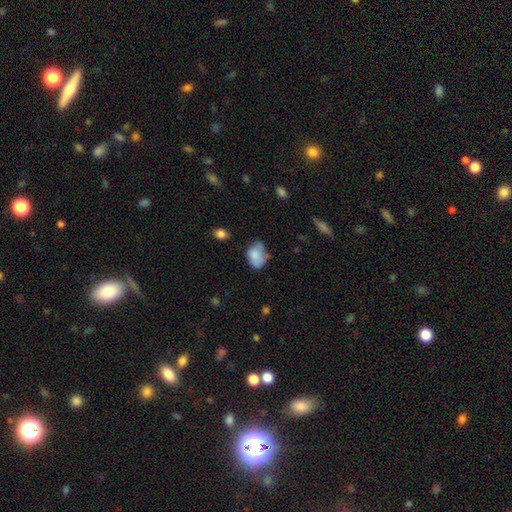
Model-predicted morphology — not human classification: Q: Smooth or featured?
A: smooth (76%); runner-up: featured or disk (16%)
Q: How rounded?
A: in between (77%); runner-up: round (22%)
Q: Merging?
A: none (44%); runner-up: minor disturbance (39%)